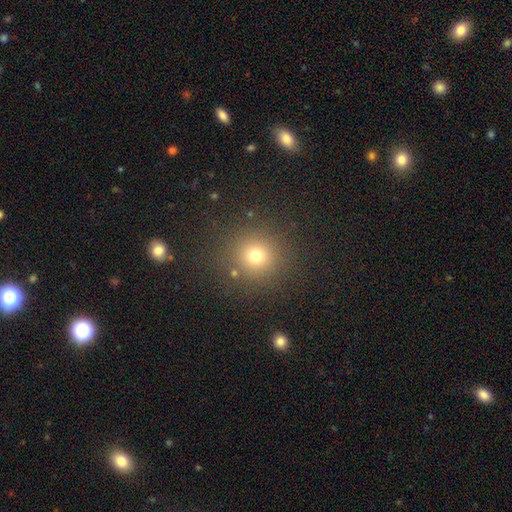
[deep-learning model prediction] smooth_or_featured: smooth (p=0.73) [alt: star or artifact p=0.19]
how_rounded: round (p=0.93) [alt: in between p=0.06]
merging: none (p=0.87) [alt: minor disturbance p=0.07]